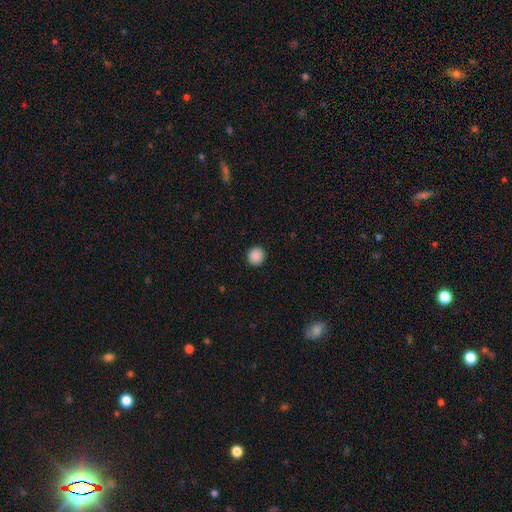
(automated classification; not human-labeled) Smooth or featured? smooth (89%)
How rounded? round (92%)
Merging? none (92%)